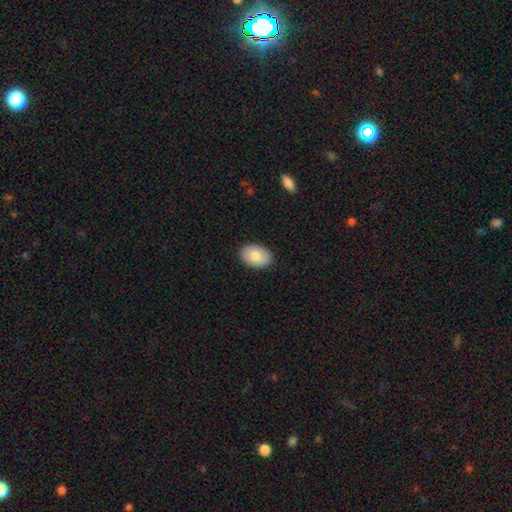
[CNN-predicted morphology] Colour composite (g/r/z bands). It shows a smooth galaxy with no disk features (83%) that is in between round and cigar-shaped (88%). Merging: none (89%).